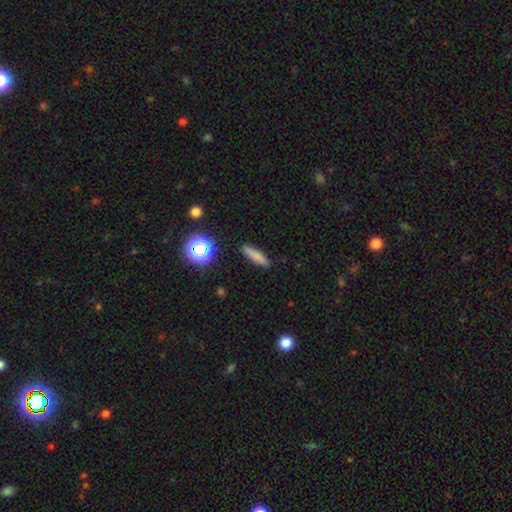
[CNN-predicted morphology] Q: Smooth or featured?
A: smooth (78%); runner-up: star or artifact (12%)
Q: How rounded?
A: cigar-shaped (78%); runner-up: in between (19%)
Q: Merging?
A: none (88%); runner-up: minor disturbance (8%)